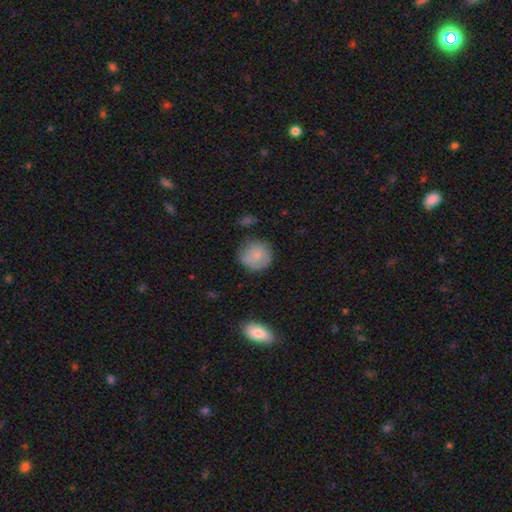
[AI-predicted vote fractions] A smooth galaxy with no disk features (76%) that is round (90%). Merging: none (68%).